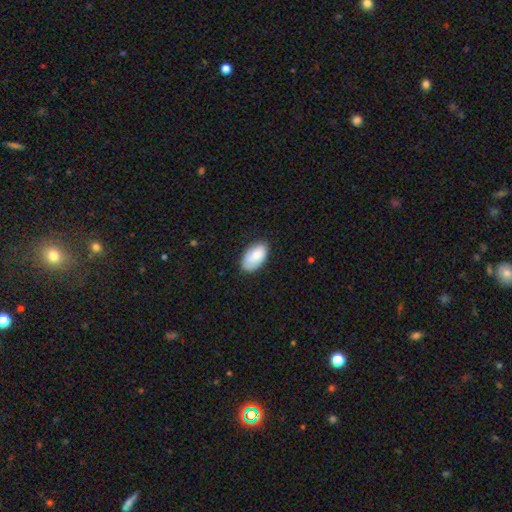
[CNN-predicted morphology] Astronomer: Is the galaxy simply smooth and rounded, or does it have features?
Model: smooth — 80%.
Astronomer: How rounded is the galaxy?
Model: in between — 95%.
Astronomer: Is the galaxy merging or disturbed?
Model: none — 75%.